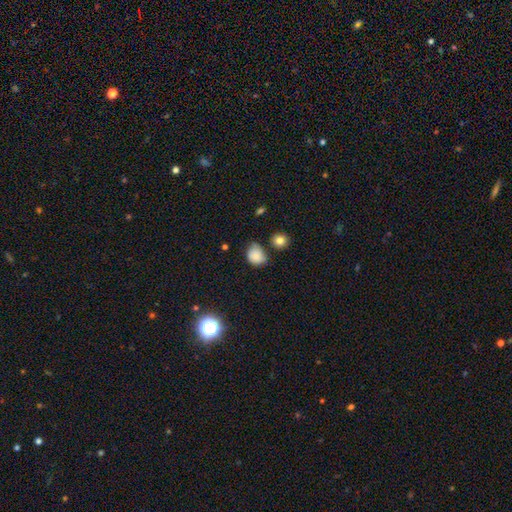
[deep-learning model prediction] Q: Smooth or featured?
A: smooth (81%); runner-up: star or artifact (11%)
Q: How rounded?
A: round (53%); runner-up: in between (46%)
Q: Merging?
A: none (45%); runner-up: minor disturbance (38%)